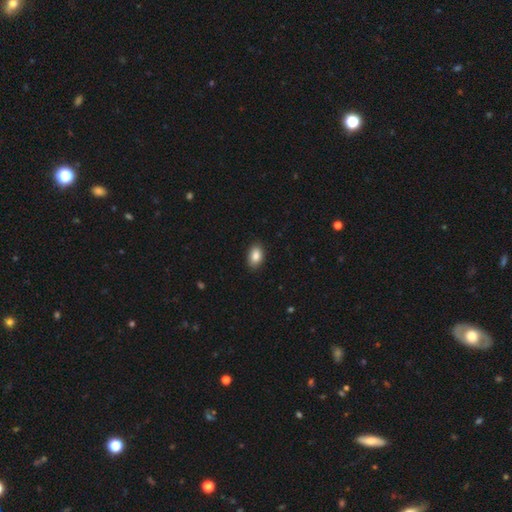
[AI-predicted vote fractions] Morphology: type=smooth (87%); roundness=in between (89%); merging=none (88%).